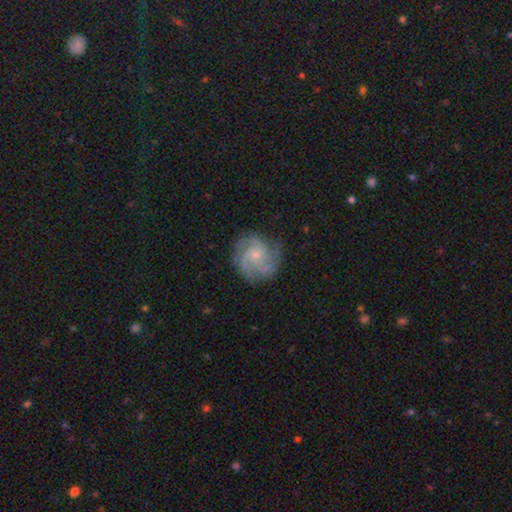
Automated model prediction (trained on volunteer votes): The model was most divided on "spiral winding": tight: 48%, medium: 44%, loose: 9%. Remaining: edge-on disk — no (98%); spiral arms — yes (97%); smooth or featured — featured or disk (85%); merging — none (78%); bar — no (72%); bulge size — small (62%); spiral arm count — 3 (50%).